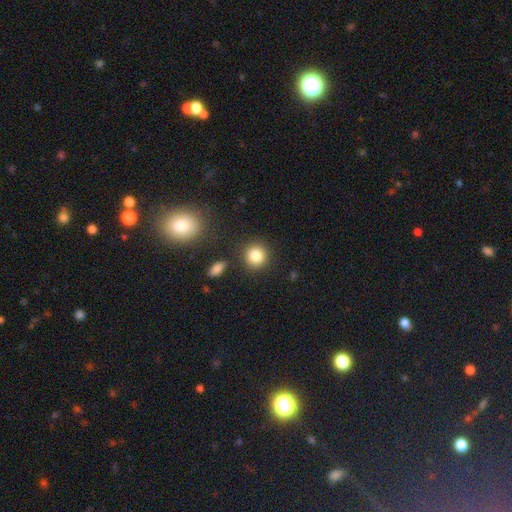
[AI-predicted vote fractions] This is clearly a smooth galaxy (85%). How rounded: clearly round (90%). Merging: clearly none (85%).